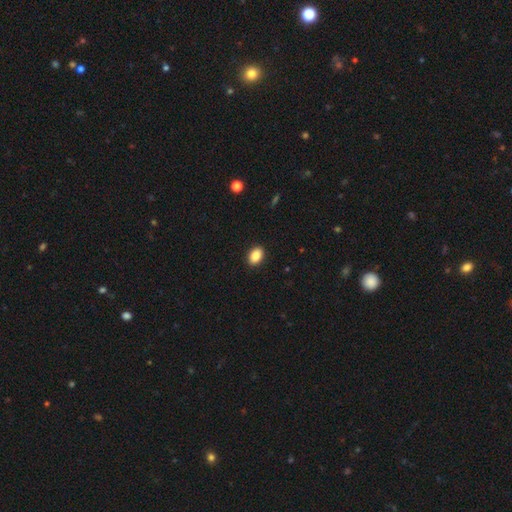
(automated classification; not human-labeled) This appears to be a smooth galaxy with no disk features (87%) that is in between round and cigar-shaped (84%). Merging: none (91%).